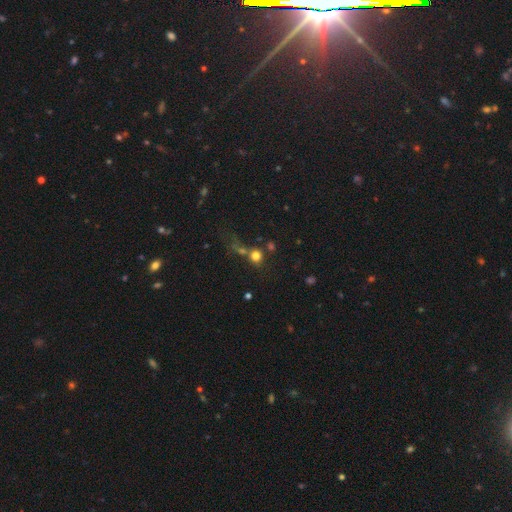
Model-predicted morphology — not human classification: Smooth or featured: smooth — 73% (star or artifact — 17%)
How rounded: round — 88% (in between — 11%)
Merging: none — 54% (merger — 25%)